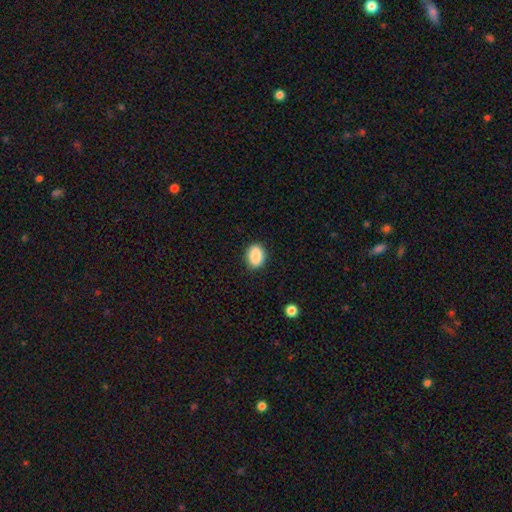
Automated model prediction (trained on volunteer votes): smooth 88%, star or artifact 8%, featured or disk 4%. Down the decision tree: how rounded — in between (73%); merging — none (87%).